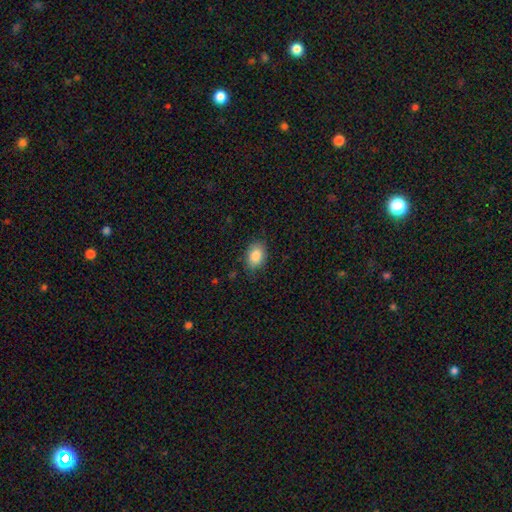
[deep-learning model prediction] Morphology: type=smooth (87%); roundness=in between (77%); merging=none (81%).